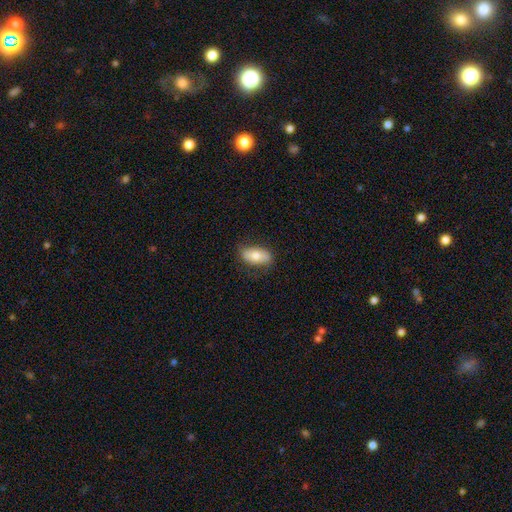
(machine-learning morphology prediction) Smooth or featured: smooth — 73% (featured or disk — 20%)
How rounded: in between — 90% (cigar-shaped — 6%)
Merging: none — 79% (minor disturbance — 16%)